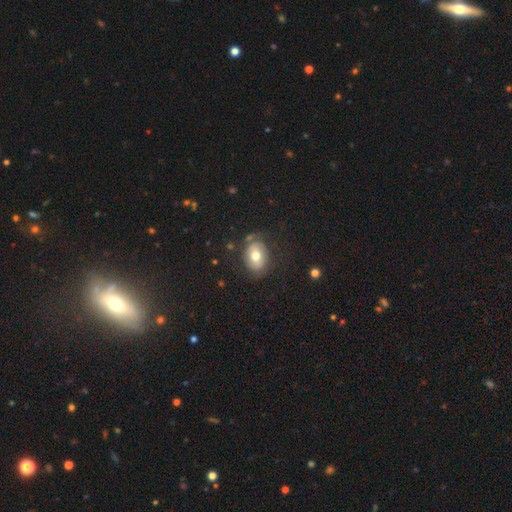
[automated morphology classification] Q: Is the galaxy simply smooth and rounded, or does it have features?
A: smooth — 64%.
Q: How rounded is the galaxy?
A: in between — 65%.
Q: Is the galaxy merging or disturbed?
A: none — 69%.